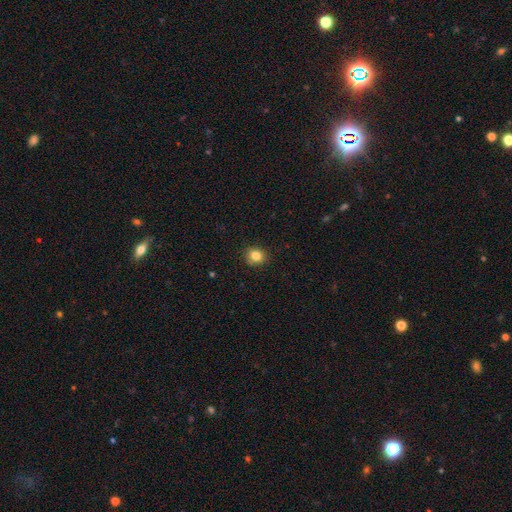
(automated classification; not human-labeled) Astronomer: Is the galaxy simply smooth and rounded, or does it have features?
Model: smooth — 83%.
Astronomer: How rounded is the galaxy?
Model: round — 80%.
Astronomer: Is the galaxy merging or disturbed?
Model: none — 88%.